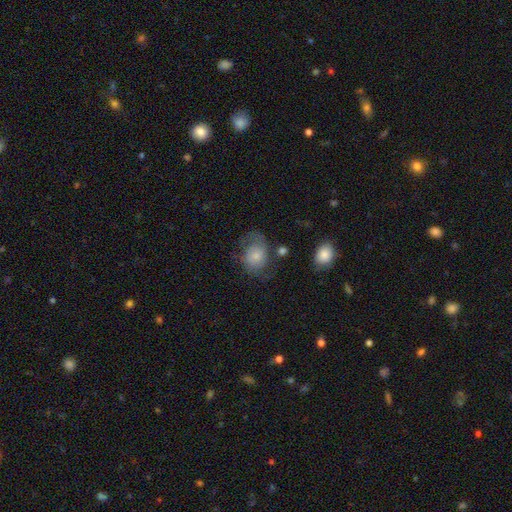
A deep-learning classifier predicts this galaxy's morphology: A smooth galaxy with no disk features (55%) that is in between round and cigar-shaped (52%).

Vote fractions:
- Smooth or featured? smooth: 55% / featured or disk: 36% / star or artifact: 9%
- How rounded? in between: 52% / round: 47% / cigar-shaped: 1%
- Merging? none: 43% / major disturbance: 26% / minor disturbance: 26% / merger: 5%